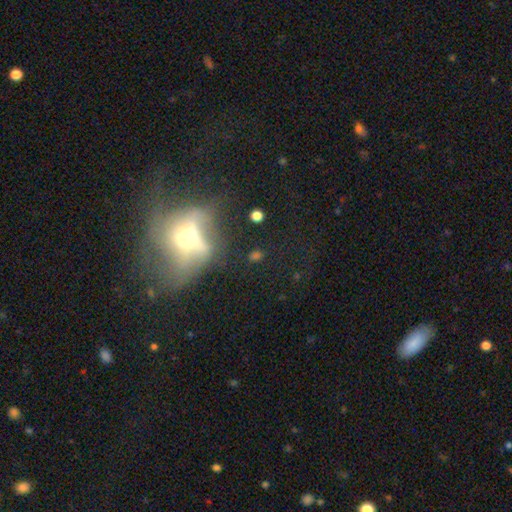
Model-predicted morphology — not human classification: The model was most divided on "smooth or featured": smooth: 39%, featured or disk: 38%, star or artifact: 23%. Remaining: merging — none (40%).